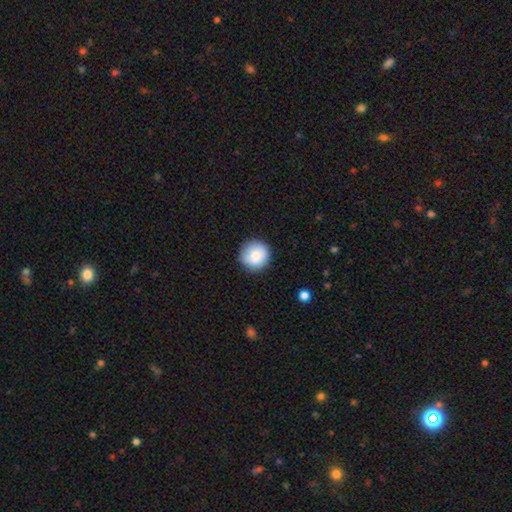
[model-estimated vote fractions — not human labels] smooth 84%, featured or disk 8%, star or artifact 8%. Down the decision tree: how rounded — round (94%); merging — none (87%).